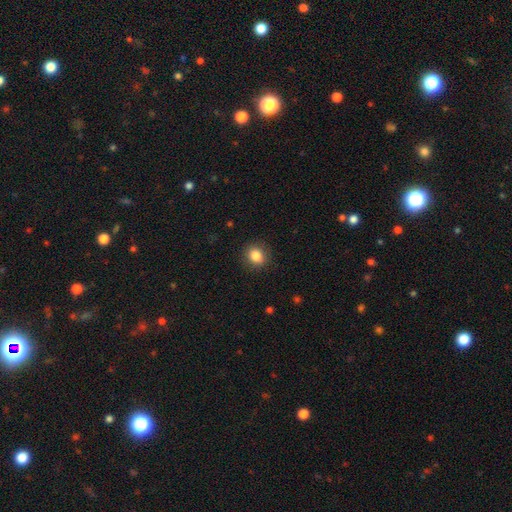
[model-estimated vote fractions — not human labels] Smooth or featured: smooth — 85% (star or artifact — 10%)
How rounded: round — 73% (in between — 26%)
Merging: none — 88% (minor disturbance — 8%)